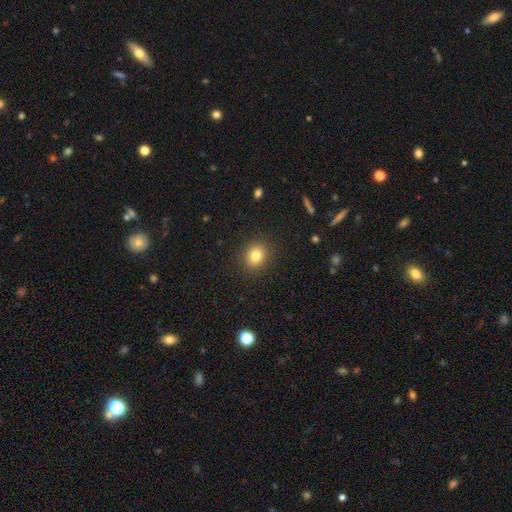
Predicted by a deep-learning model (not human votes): Smooth or featured?
  - smooth: 81% *
  - star or artifact: 12%
  - featured or disk: 7%
How rounded?
  - round: 75% *
  - in between: 24%
  - cigar-shaped: 1%
Merging?
  - none: 90% *
  - minor disturbance: 7%
  - major disturbance: 2%
  - merger: 1%